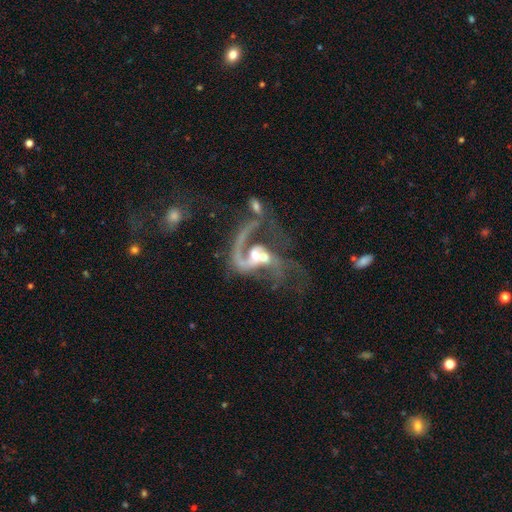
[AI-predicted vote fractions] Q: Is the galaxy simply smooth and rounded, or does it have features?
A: featured or disk — 82%.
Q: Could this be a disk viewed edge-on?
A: no — 97%.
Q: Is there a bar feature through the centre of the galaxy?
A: no — 62%.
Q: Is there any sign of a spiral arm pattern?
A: yes — 86%.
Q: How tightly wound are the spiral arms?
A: loose — 55%.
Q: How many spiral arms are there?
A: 1 — 60%.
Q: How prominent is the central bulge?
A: moderate — 60%.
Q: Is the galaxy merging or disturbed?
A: merger — 56%.